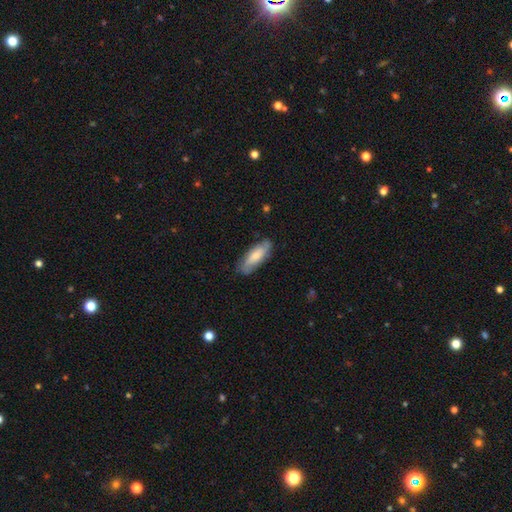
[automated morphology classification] smooth_or_featured: smooth (p=0.61) [alt: featured or disk p=0.33]
how_rounded: in between (p=0.65) [alt: cigar-shaped p=0.33]
merging: none (p=0.78) [alt: minor disturbance p=0.17]